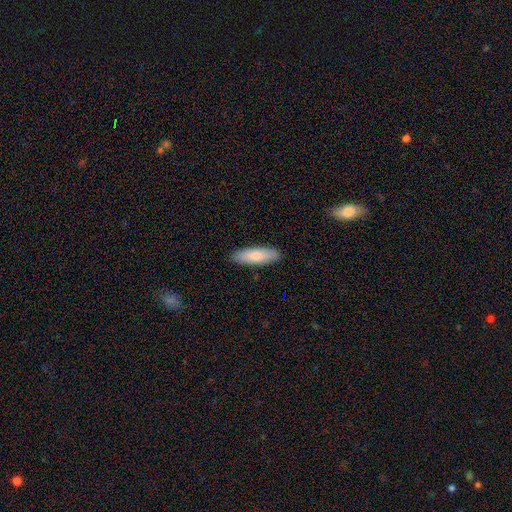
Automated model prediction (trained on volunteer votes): A smooth galaxy with no disk features (81%) that is in between round and cigar-shaped (50%). Merging: none (89%).